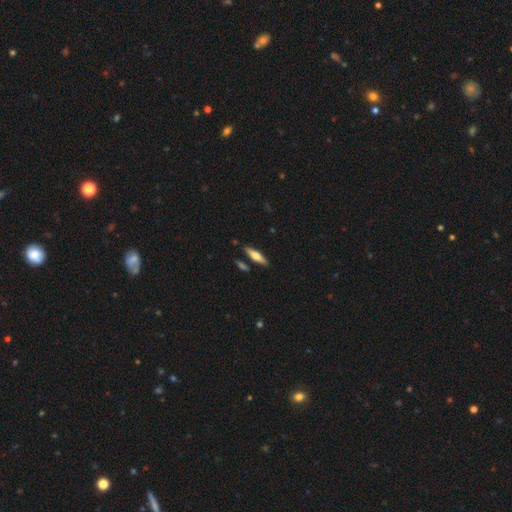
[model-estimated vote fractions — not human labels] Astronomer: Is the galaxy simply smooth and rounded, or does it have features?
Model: smooth — 53% (runner-up: featured or disk, 41%).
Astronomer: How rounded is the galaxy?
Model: cigar-shaped — 69%.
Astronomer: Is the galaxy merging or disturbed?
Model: none — 85%.